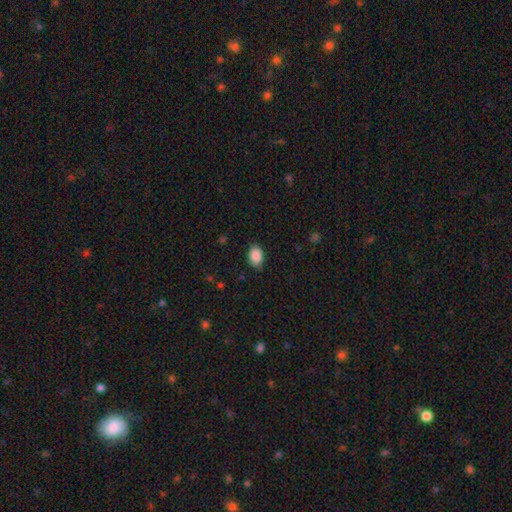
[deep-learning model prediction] smooth_or_featured: smooth (p=0.89) [alt: star or artifact p=0.07]
how_rounded: in between (p=0.82) [alt: round p=0.17]
merging: none (p=0.85) [alt: minor disturbance p=0.12]